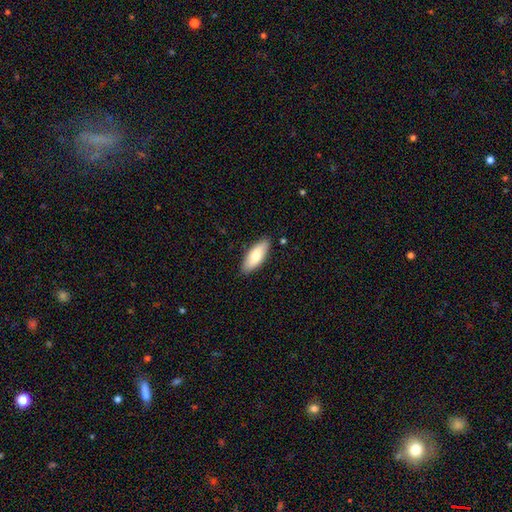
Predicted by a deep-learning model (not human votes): smooth_or_featured: smooth (p=0.75) [alt: featured or disk p=0.20]
how_rounded: in between (p=0.76) [alt: cigar-shaped p=0.22]
merging: none (p=0.86) [alt: minor disturbance p=0.11]